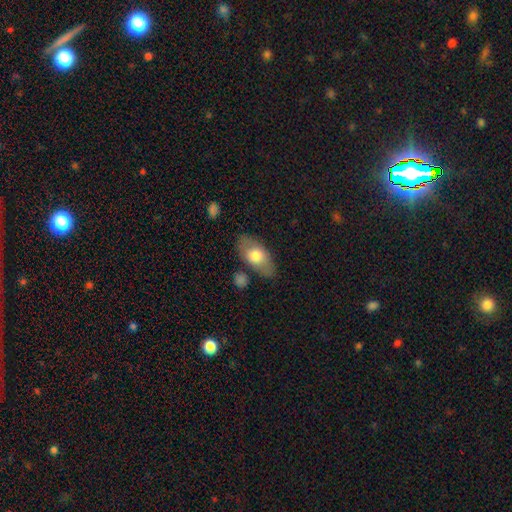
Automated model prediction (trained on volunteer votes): Overall: smooth (67%; featured or disk 28%). How rounded: in between (90%). Merging: none (76%).